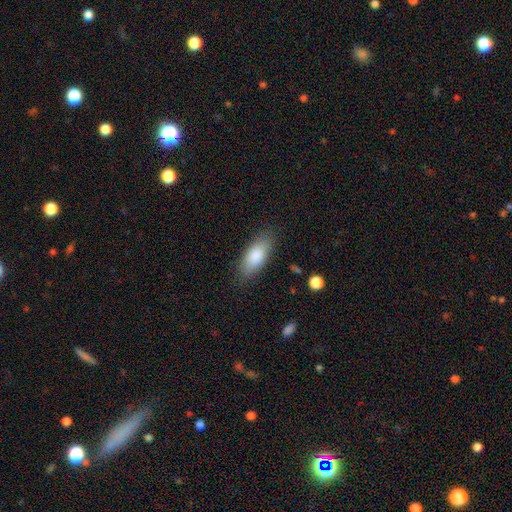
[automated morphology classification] smooth-or-featured: smooth: 82% | featured or disk: 12% | star or artifact: 6%
  how-rounded: in between: 81% | cigar-shaped: 16% | round: 2%
  merging: none: 82% | minor disturbance: 13% | major disturbance: 3% | merger: 1%